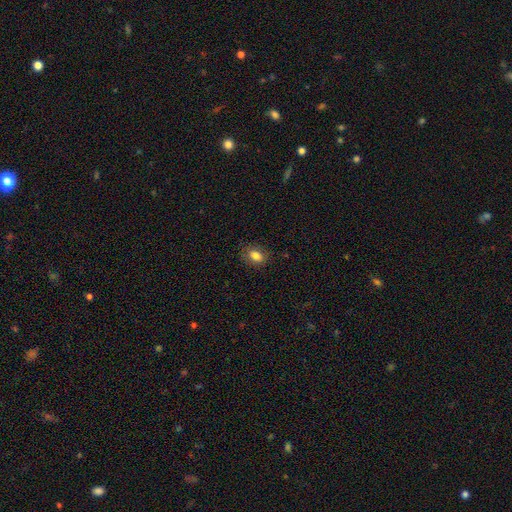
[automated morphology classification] smooth 84%, star or artifact 10%, featured or disk 7%. Down the decision tree: how rounded — in between (73%); merging — none (84%).